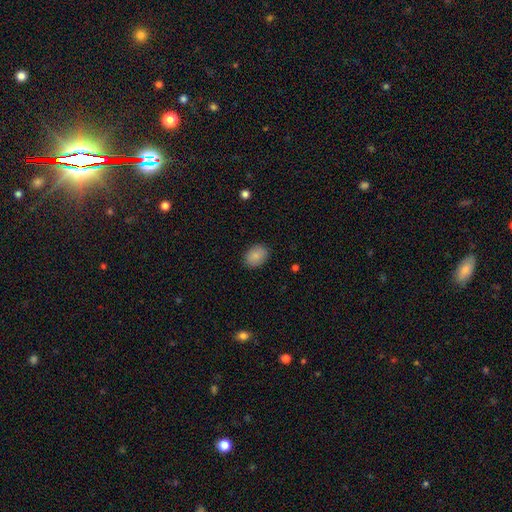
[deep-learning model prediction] Morphology: type=smooth (85%); roundness=in between (70%); merging=none (88%).